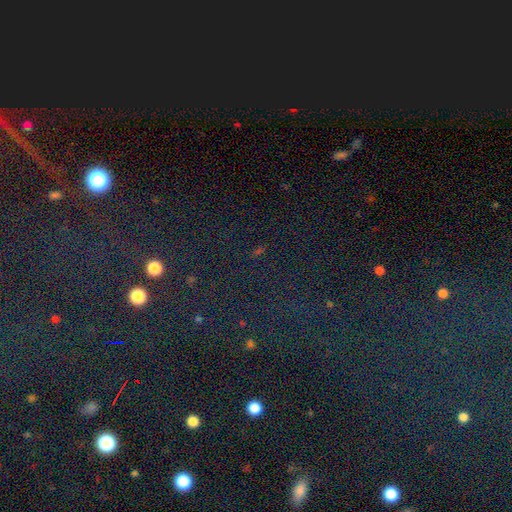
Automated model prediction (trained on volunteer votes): Overall: star or artifact (79%).